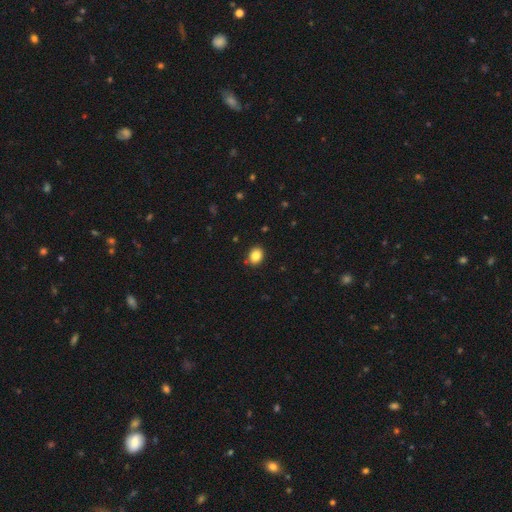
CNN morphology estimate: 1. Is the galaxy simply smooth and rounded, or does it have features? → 84% smooth, 10% star or artifact, 6% featured or disk.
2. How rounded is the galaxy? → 52% round, 48% in between, 1% cigar-shaped.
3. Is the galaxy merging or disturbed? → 88% none, 9% minor disturbance, 2% major disturbance, 2% merger.